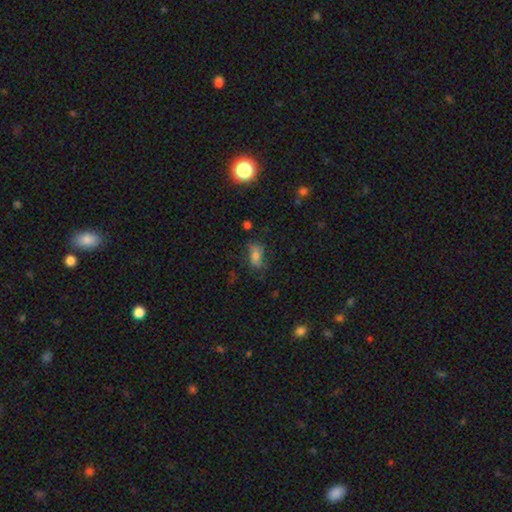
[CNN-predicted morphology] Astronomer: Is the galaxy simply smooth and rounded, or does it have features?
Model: smooth — 58%.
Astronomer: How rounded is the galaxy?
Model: in between — 83%.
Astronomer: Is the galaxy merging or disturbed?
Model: none — 57%.